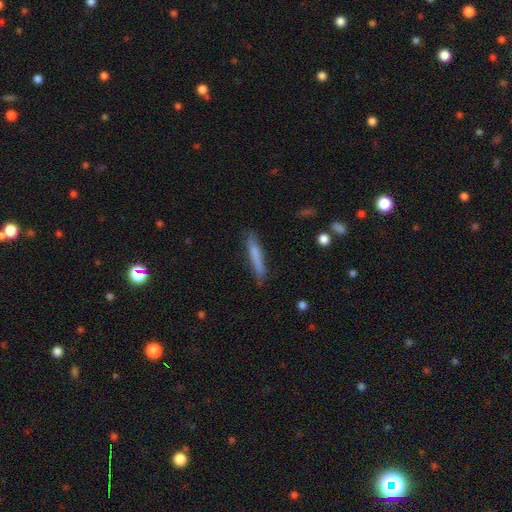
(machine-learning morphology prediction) A smooth galaxy with no disk features (68%) that is cigar-shaped (93%). Merging: none (76%).